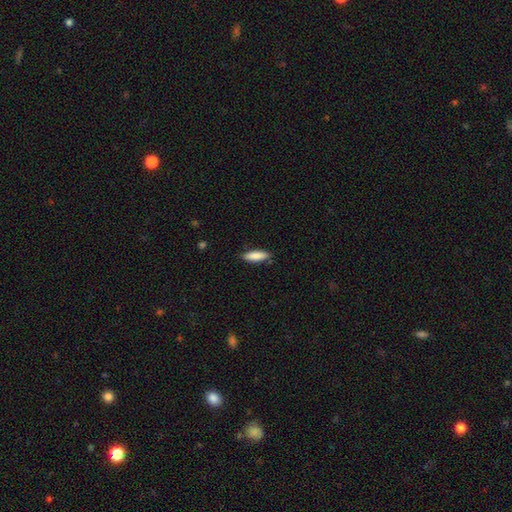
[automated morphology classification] Smooth or featured? smooth (84%)
How rounded? cigar-shaped (59%)
Merging? none (83%)